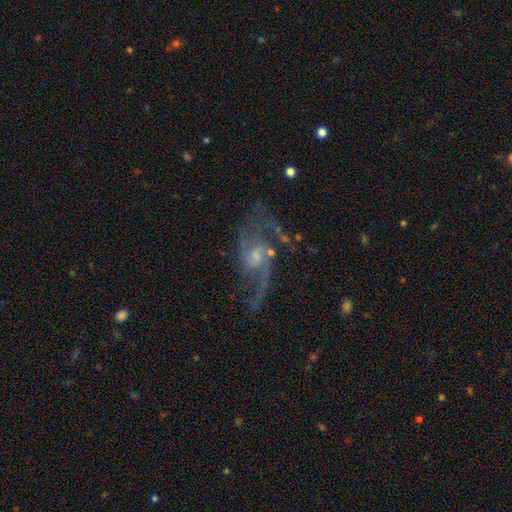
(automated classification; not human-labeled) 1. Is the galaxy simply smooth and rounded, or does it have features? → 87% featured or disk, 7% star or artifact, 6% smooth.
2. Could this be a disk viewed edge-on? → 96% no, 4% yes.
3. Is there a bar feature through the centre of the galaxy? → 47% weak, 44% no, 9% strong.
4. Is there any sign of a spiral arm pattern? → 94% yes, 6% no.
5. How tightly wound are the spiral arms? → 53% loose, 38% medium, 10% tight.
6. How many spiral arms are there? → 76% 2, 8% can't tell, 6% 3, 5% 1, 3% 4, 3% more than 4.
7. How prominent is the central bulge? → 57% small, 29% moderate, 11% none, 3% large, 1% dominant.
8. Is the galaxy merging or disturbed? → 55% none, 22% major disturbance, 18% minor disturbance, 5% merger.